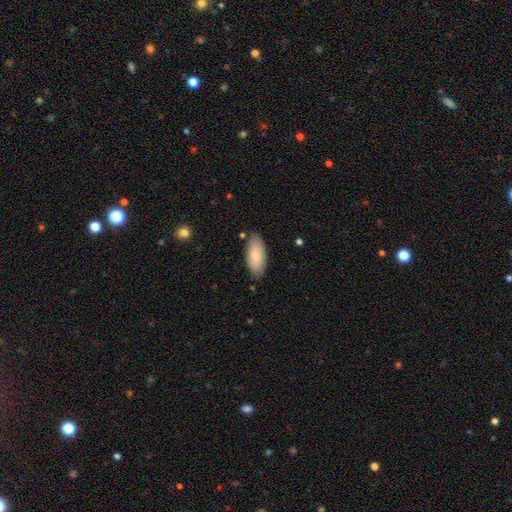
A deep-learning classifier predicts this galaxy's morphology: A smooth galaxy with no disk features (83%) that is in between round and cigar-shaped (90%).

Vote fractions:
- Smooth or featured? smooth: 83% / featured or disk: 11% / star or artifact: 6%
- How rounded? in between: 90% / cigar-shaped: 8% / round: 2%
- Merging? none: 83% / minor disturbance: 13% / major disturbance: 2% / merger: 2%